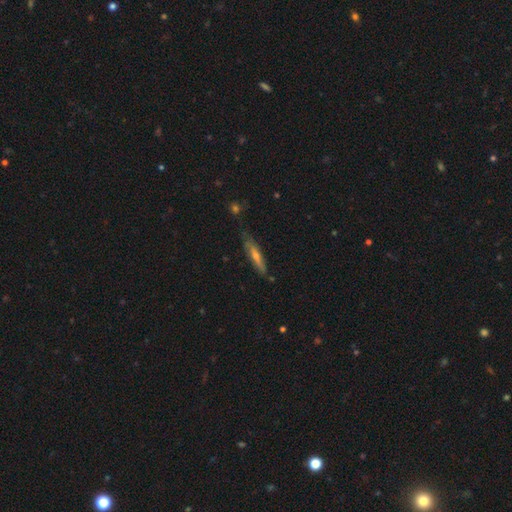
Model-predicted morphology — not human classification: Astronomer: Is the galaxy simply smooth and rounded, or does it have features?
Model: featured or disk — 56% (runner-up: smooth, 37%).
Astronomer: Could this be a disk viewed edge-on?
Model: yes — 83%.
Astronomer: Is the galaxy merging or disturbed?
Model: none — 74%.